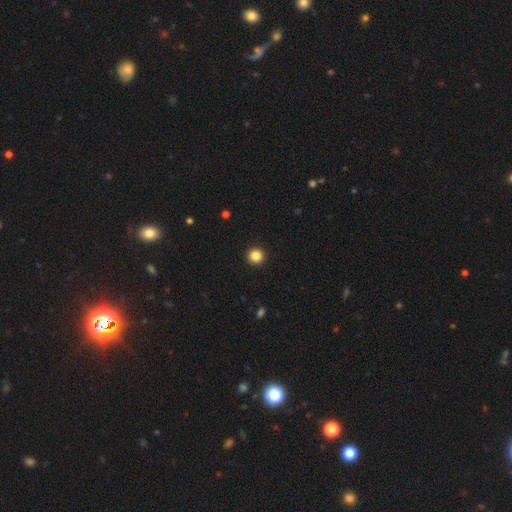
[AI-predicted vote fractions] smooth 86%, star or artifact 11%, featured or disk 3%. Down the decision tree: how rounded — round (95%); merging — none (93%).